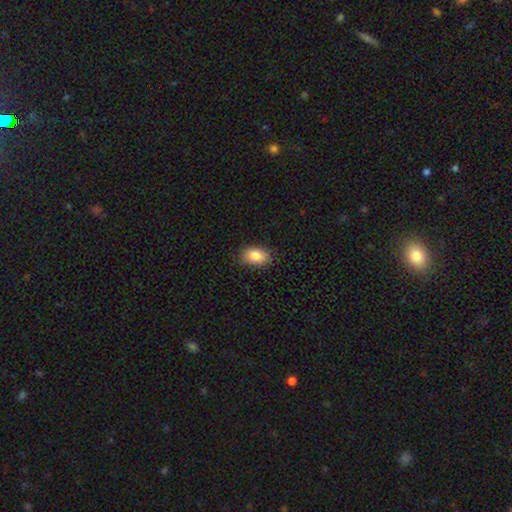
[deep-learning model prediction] The model was most divided on "merging": none: 84%, minor disturbance: 13%, major disturbance: 3%, merger: 1%. More confident: how rounded — in between (89%); smooth or featured — smooth (85%).